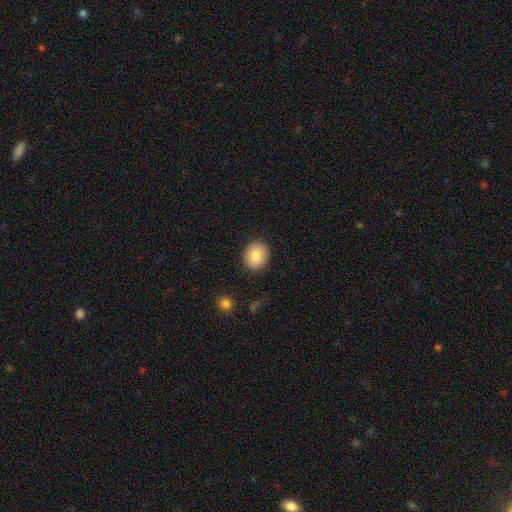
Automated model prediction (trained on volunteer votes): The model was most divided on "how rounded": round: 61%, in between: 38%, cigar-shaped: 1%. More confident: merging — none (88%); smooth or featured — smooth (86%).